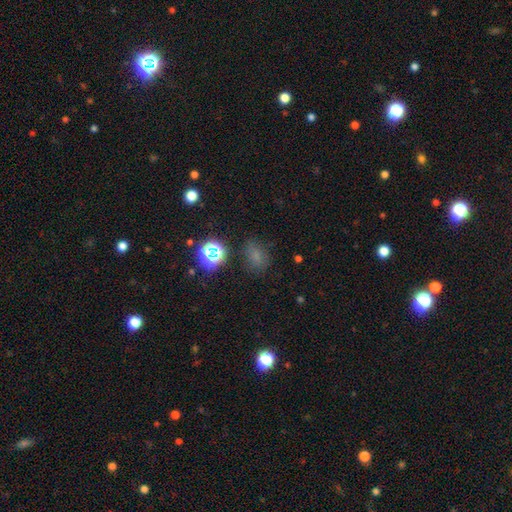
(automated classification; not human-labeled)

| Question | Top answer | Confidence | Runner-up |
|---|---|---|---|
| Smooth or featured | smooth | 62% | star or artifact (29%) |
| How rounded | in between | 68% | round (29%) |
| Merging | none | 70% | minor disturbance (19%) |